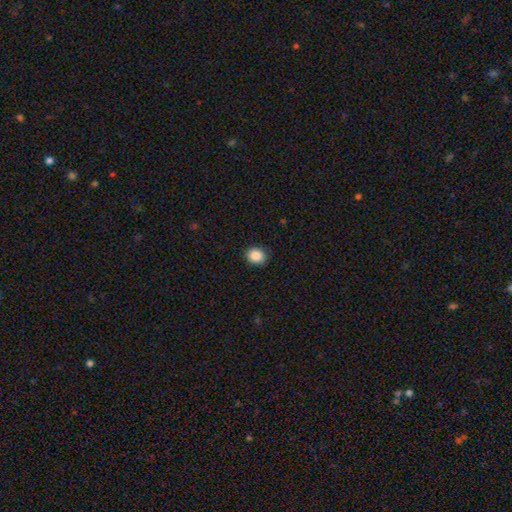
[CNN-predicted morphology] type=smooth (88%); roundness=round (63%); merging=none (89%).